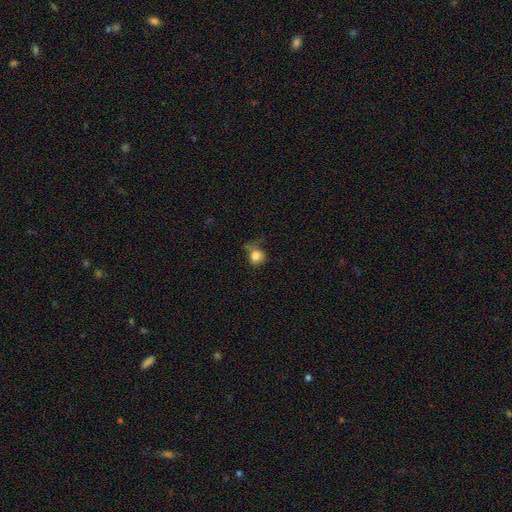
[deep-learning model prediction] This appears to be a smooth galaxy with no disk features (79%) that is round (74%). Merging: none (43%).